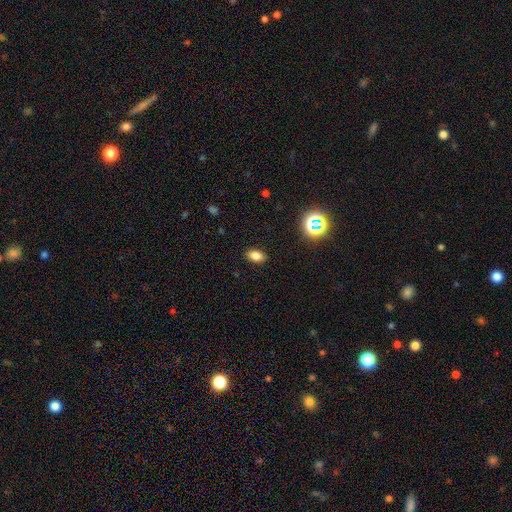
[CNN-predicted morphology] Smooth or featured?
  - smooth: 79% *
  - star or artifact: 13%
  - featured or disk: 8%
How rounded?
  - in between: 87% *
  - round: 9%
  - cigar-shaped: 4%
Merging?
  - none: 89% *
  - minor disturbance: 8%
  - major disturbance: 2%
  - merger: 1%